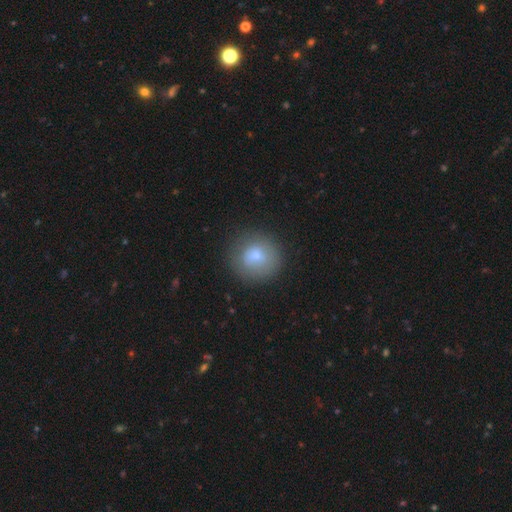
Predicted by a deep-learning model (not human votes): Morphology: type=smooth (72%); roundness=round (90%); merging=none (84%).